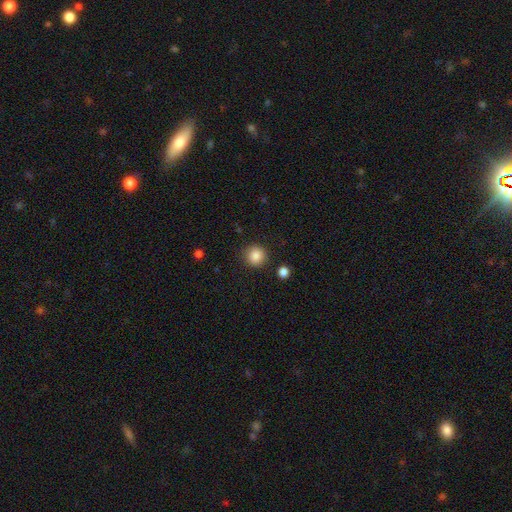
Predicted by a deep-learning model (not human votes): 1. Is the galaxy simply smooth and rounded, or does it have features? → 86% smooth, 10% star or artifact, 4% featured or disk.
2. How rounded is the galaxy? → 94% round, 5% in between, 1% cigar-shaped.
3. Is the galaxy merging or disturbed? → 89% none, 6% minor disturbance, 2% major disturbance, 2% merger.